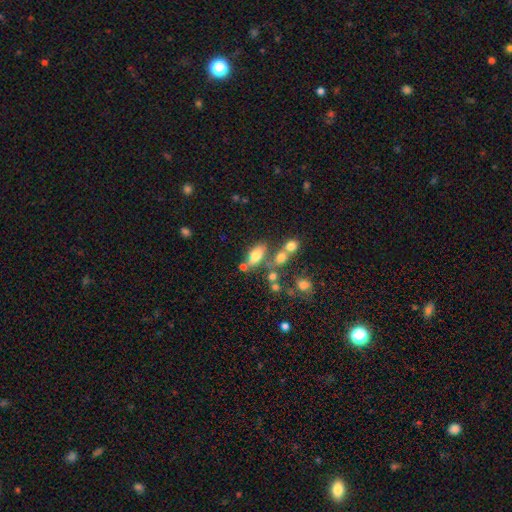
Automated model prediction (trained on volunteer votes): smooth_or_featured: smooth (p=0.73) [alt: featured or disk p=0.16]
how_rounded: in between (p=0.82) [alt: cigar-shaped p=0.11]
merging: none (p=0.50) [alt: merger p=0.27]